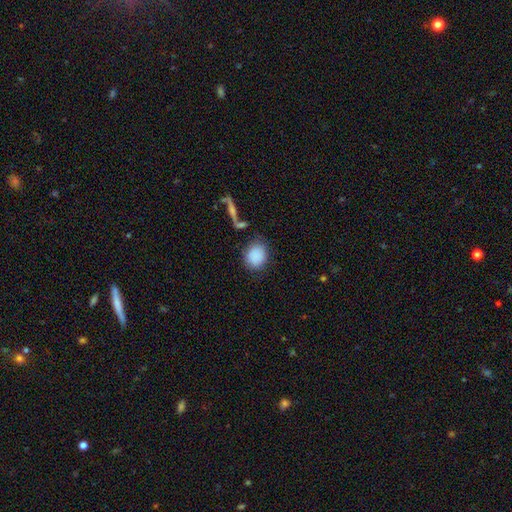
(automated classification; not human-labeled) Q: Smooth or featured?
A: smooth (86%); runner-up: star or artifact (8%)
Q: How rounded?
A: round (62%); runner-up: in between (36%)
Q: Merging?
A: none (73%); runner-up: minor disturbance (16%)